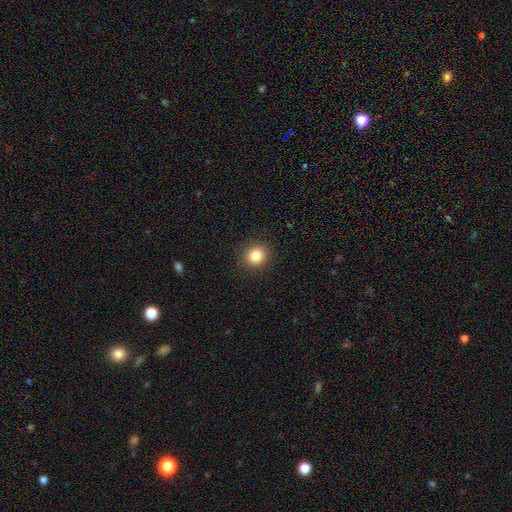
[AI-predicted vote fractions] Smooth or featured? Predicted: smooth (p=0.85). How rounded? Predicted: round (p=0.81). Merging? Predicted: none (p=0.91).